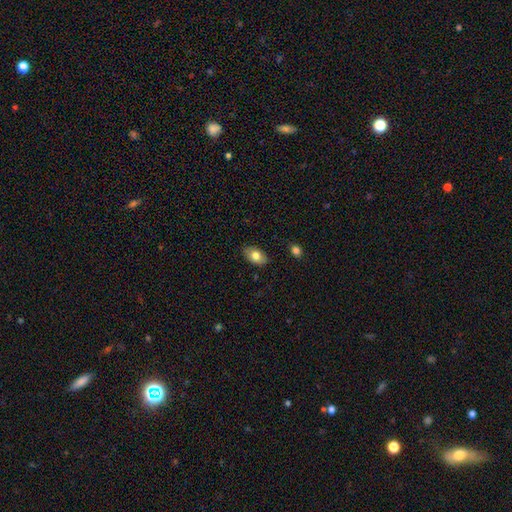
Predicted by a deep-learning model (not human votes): Smooth or featured: smooth — 77% (featured or disk — 16%)
How rounded: in between — 91% (round — 8%)
Merging: none — 86% (minor disturbance — 11%)